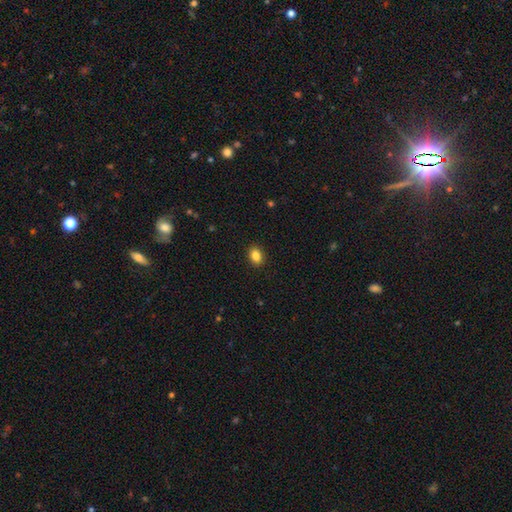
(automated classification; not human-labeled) This is clearly a smooth galaxy (86%). How rounded: likely in between (65%). Merging: clearly none (91%).